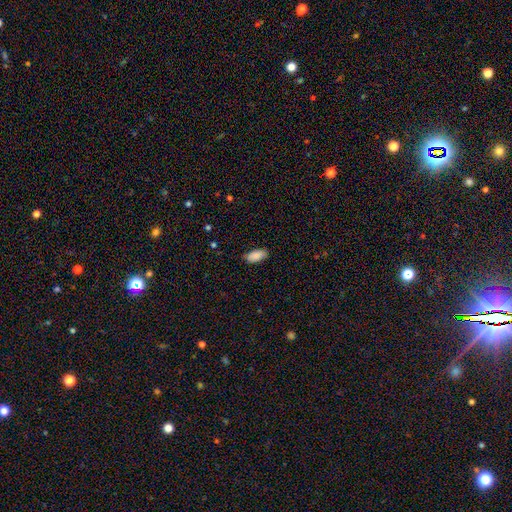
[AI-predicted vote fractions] smooth_or_featured: smooth (p=0.90) [alt: star or artifact p=0.06]
how_rounded: in between (p=0.92) [alt: cigar-shaped p=0.07]
merging: none (p=0.84) [alt: minor disturbance p=0.13]